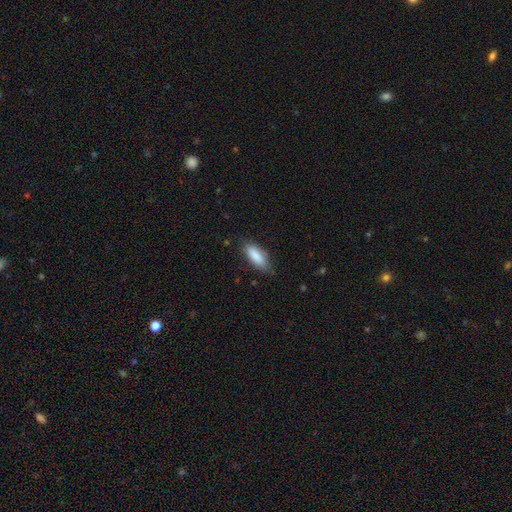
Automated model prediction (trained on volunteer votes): A smooth galaxy with no disk features (85%) that is in between round and cigar-shaped (73%). Merging: none (76%).